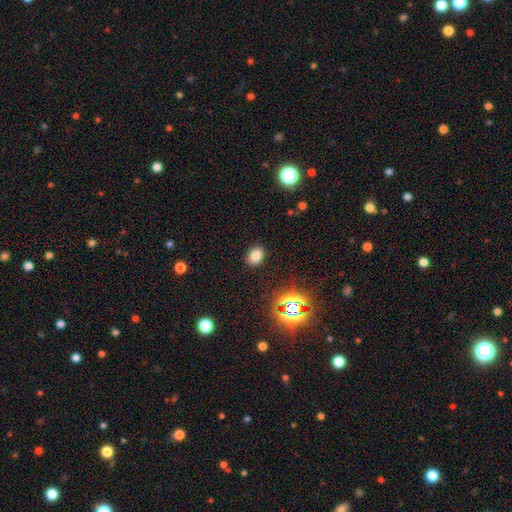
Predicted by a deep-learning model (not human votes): A smooth galaxy with no disk features (76%) that is in between round and cigar-shaped (72%).

Vote fractions:
- Smooth or featured? smooth: 76% / star or artifact: 17% / featured or disk: 6%
- How rounded? in between: 72% / round: 27% / cigar-shaped: 1%
- Merging? none: 87% / minor disturbance: 9% / major disturbance: 3% / merger: 1%